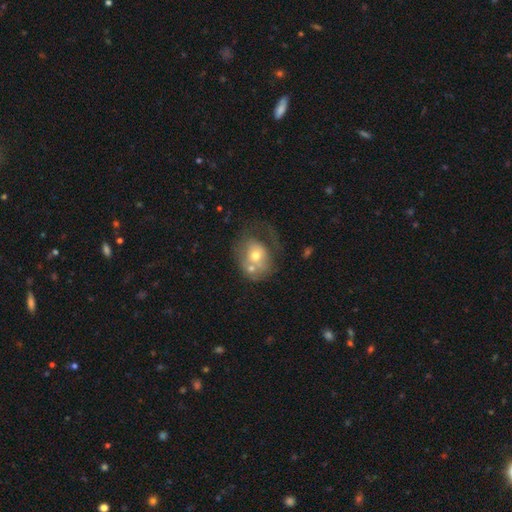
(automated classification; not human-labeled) The model was most divided on "smooth or featured": smooth: 48%, featured or disk: 43%, star or artifact: 9%. Remaining: merging — major disturbance (31%).